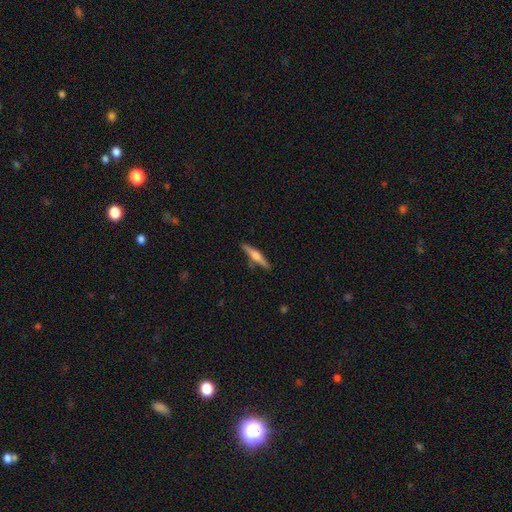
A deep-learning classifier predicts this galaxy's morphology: This appears to be a featured or disk galaxy (61%) viewed edge-on (97%) with a rounded central bulge (83%). Merging: none (86%).